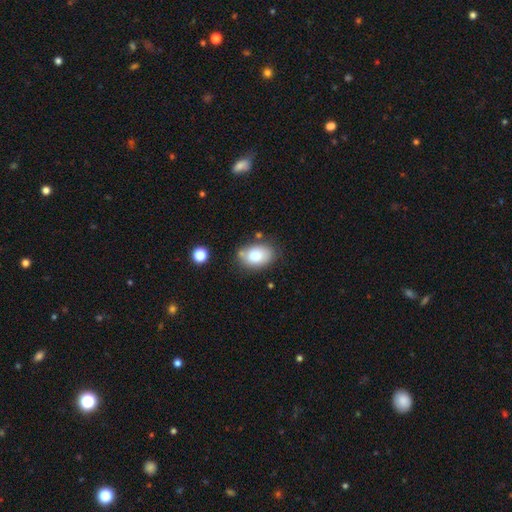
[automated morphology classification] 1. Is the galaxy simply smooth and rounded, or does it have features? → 83% smooth, 9% featured or disk, 8% star or artifact.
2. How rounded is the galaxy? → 85% in between, 14% round, 1% cigar-shaped.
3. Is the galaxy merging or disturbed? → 65% none, 22% minor disturbance, 7% merger, 6% major disturbance.